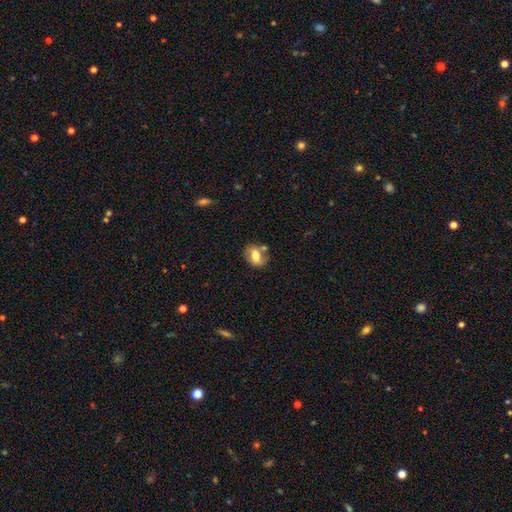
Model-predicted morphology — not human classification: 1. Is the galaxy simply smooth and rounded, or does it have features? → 68% smooth, 23% featured or disk, 8% star or artifact.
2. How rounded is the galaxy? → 72% in between, 26% round, 2% cigar-shaped.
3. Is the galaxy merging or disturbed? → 58% none, 18% minor disturbance, 18% merger, 6% major disturbance.